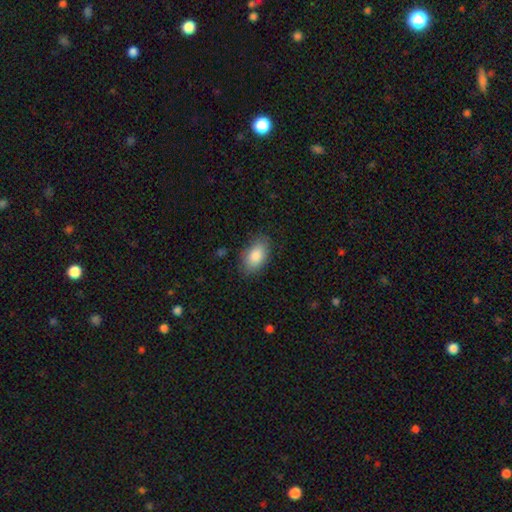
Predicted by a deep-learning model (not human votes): Smooth or featured? Predicted: smooth (p=0.86). How rounded? Predicted: in between (p=0.93). Merging? Predicted: none (p=0.81).